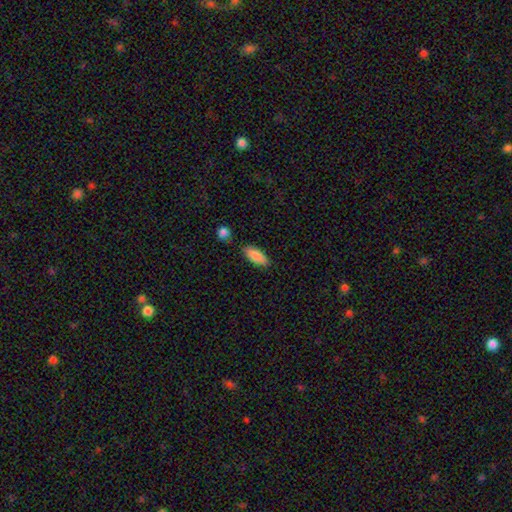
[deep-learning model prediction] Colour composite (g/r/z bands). It shows a smooth galaxy with no disk features (88%) that is in between round and cigar-shaped (81%). Merging: none (80%).